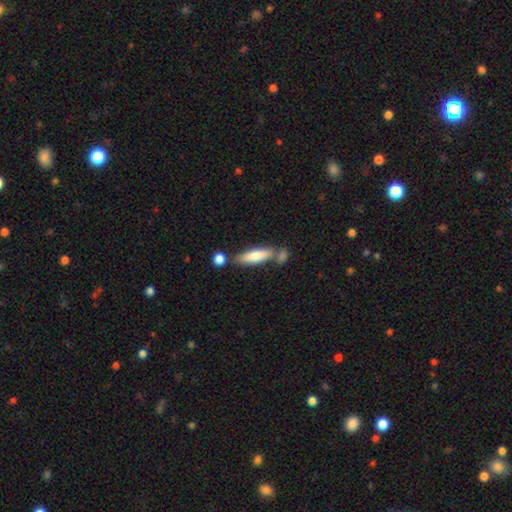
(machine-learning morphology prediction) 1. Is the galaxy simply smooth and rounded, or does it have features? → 76% smooth, 19% featured or disk, 5% star or artifact.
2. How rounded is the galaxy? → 56% cigar-shaped, 42% in between, 2% round.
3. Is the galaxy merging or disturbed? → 59% none, 22% merger, 14% minor disturbance, 4% major disturbance.